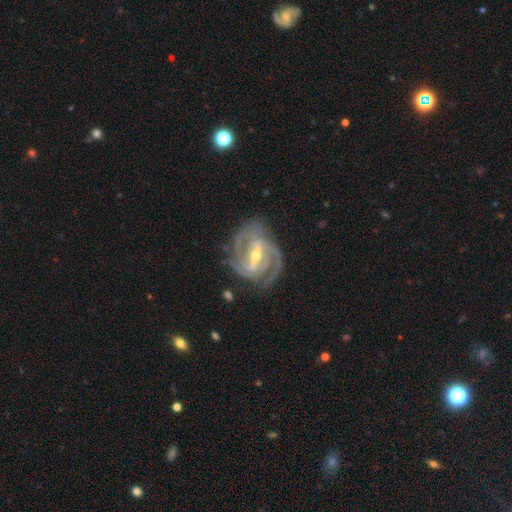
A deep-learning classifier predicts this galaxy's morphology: The model was most divided on "spiral arm count": 2: 44%, 3: 32%, can't tell: 10%, 4: 7%, 1: 4%, more than 4: 4%. More confident: spiral arms — yes (97%); edge-on disk — no (97%); smooth or featured — featured or disk (92%); merging — none (74%); bar — strong (65%); spiral winding — tight (55%); bulge size — moderate (54%).